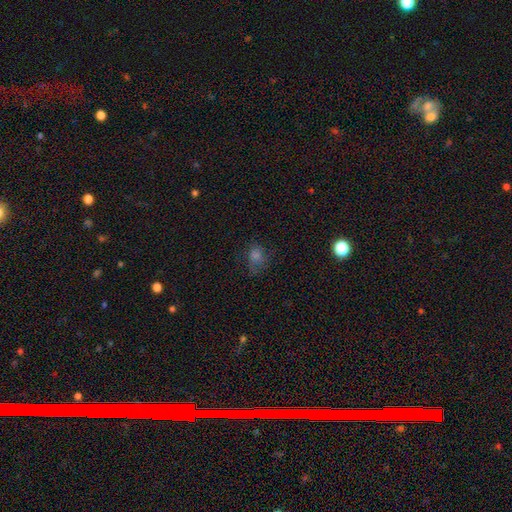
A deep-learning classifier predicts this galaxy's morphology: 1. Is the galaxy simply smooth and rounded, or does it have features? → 59% smooth, 27% star or artifact, 14% featured or disk.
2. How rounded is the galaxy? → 60% round, 39% in between, 1% cigar-shaped.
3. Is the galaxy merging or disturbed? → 61% none, 22% minor disturbance, 14% major disturbance, 2% merger.